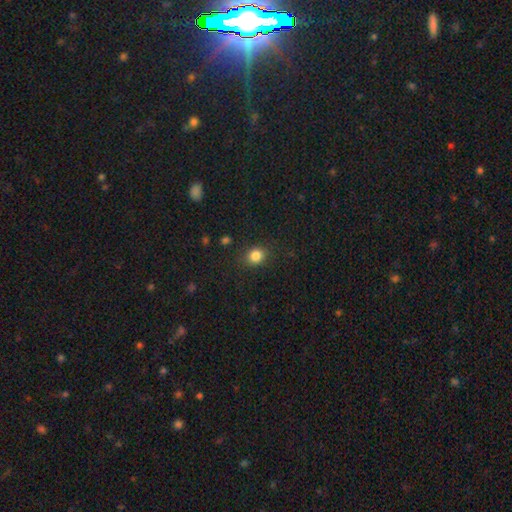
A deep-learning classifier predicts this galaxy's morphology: smooth-or-featured: smooth: 84% | star or artifact: 11% | featured or disk: 5%
  how-rounded: round: 69% | in between: 31% | cigar-shaped: 1%
  merging: none: 86% | minor disturbance: 9% | major disturbance: 3% | merger: 1%